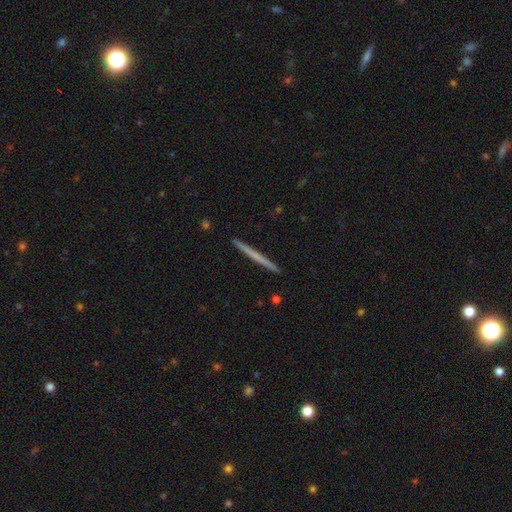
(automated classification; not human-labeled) Smooth or featured: featured or disk — 48% (smooth — 47%)
Merging: none — 94% (minor disturbance — 4%)